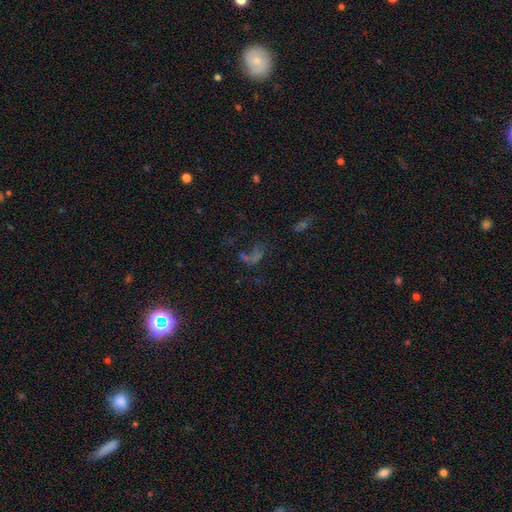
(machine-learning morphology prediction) Smooth or featured: star or artifact — 47% (smooth — 29%)